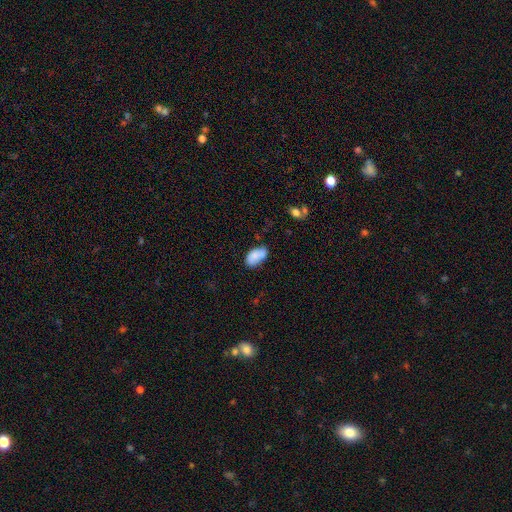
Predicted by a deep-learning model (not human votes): Q: Smooth or featured?
A: smooth (81%); runner-up: featured or disk (11%)
Q: How rounded?
A: in between (94%); runner-up: round (4%)
Q: Merging?
A: none (63%); runner-up: minor disturbance (26%)